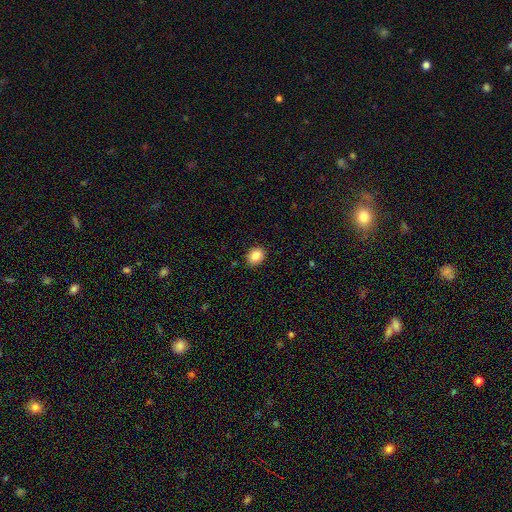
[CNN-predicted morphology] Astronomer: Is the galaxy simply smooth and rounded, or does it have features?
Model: smooth — 85%.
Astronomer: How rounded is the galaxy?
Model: round — 52% (runner-up: in between, 47%).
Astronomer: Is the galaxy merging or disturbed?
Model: none — 90%.